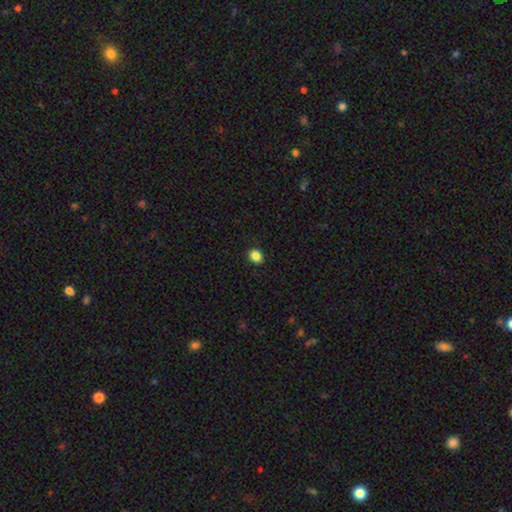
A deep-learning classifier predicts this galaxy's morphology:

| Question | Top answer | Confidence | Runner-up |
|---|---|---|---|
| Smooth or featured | smooth | 87% | star or artifact (10%) |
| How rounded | round | 56% | in between (43%) |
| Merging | none | 91% | minor disturbance (6%) |